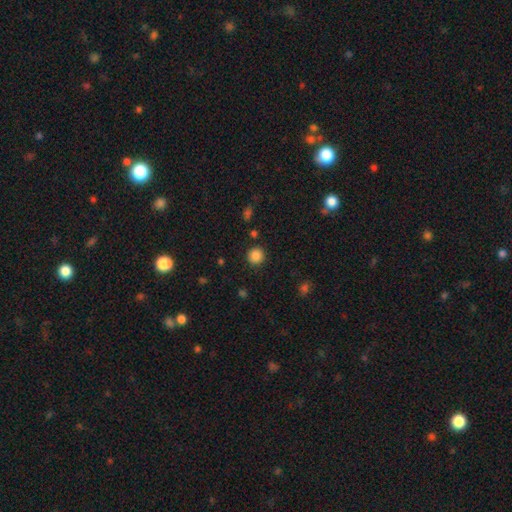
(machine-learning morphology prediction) Q: Smooth or featured?
A: smooth (86%); runner-up: star or artifact (10%)
Q: How rounded?
A: round (93%); runner-up: in between (6%)
Q: Merging?
A: none (90%); runner-up: minor disturbance (6%)